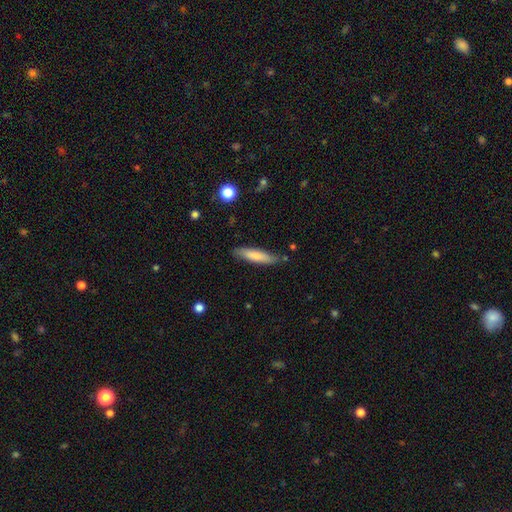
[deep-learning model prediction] Overall: smooth (76%). How rounded: cigar-shaped (80%). Merging: none (81%).